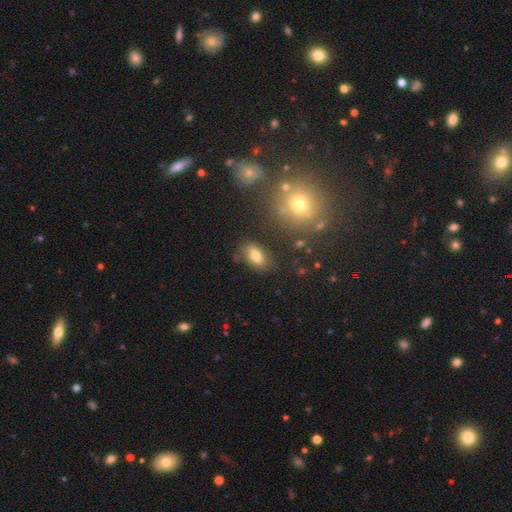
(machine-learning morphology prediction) The model was most divided on "smooth or featured": smooth: 74%, featured or disk: 15%, star or artifact: 11%. More confident: how rounded — in between (88%); merging — none (79%).